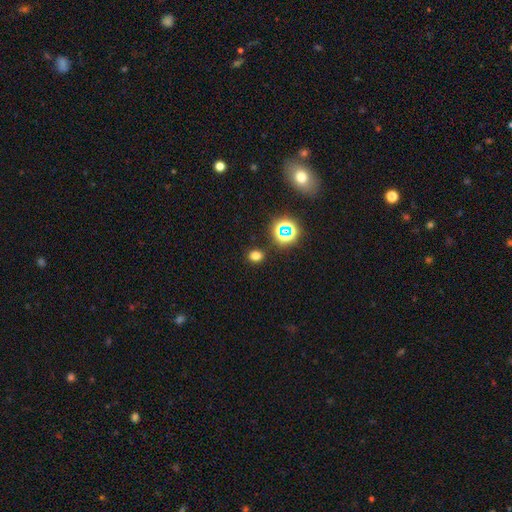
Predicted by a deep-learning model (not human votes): Overall: smooth (73%). How rounded: round (61%; in between 37%). Merging: none (88%).